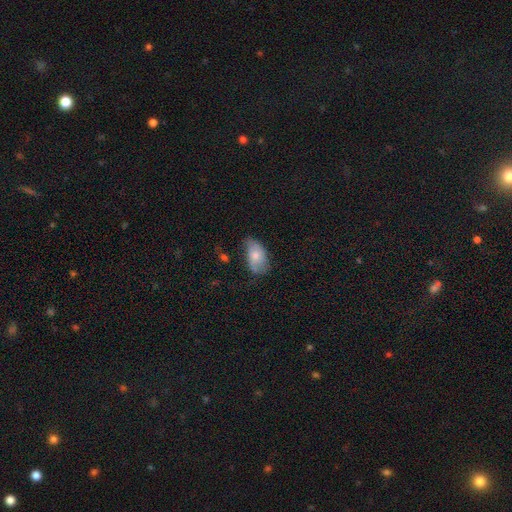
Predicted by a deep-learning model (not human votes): A smooth galaxy with no disk features (65%) that is in between round and cigar-shaped (92%). Merging: none (55%).